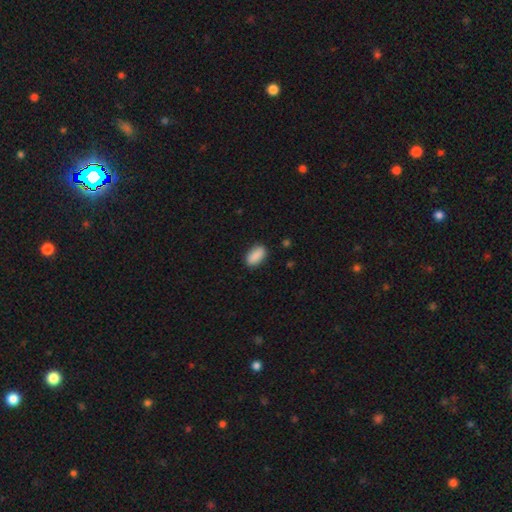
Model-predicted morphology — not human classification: A smooth galaxy with no disk features (89%) that is in between round and cigar-shaped (91%). Merging: none (87%).